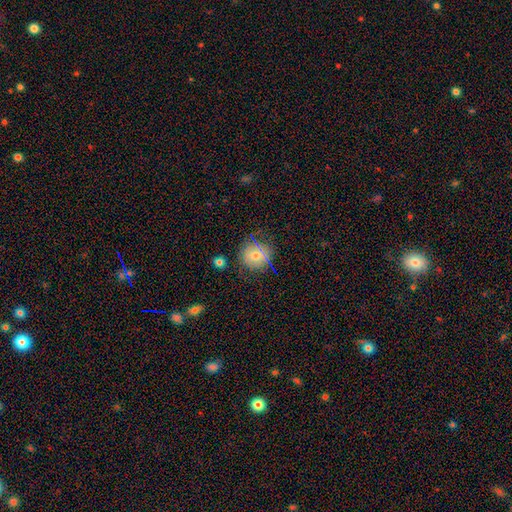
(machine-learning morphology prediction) smooth 68%, featured or disk 18%, star or artifact 13%. Down the decision tree: how rounded — round (89%); merging — none (74%).